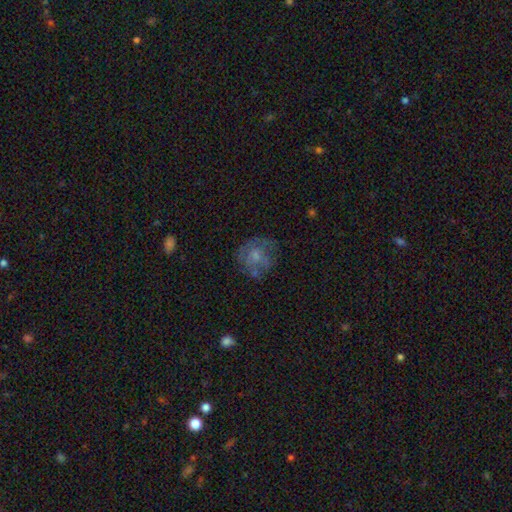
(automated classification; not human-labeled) A smooth galaxy with no disk features (48%). Merging: none (54%).